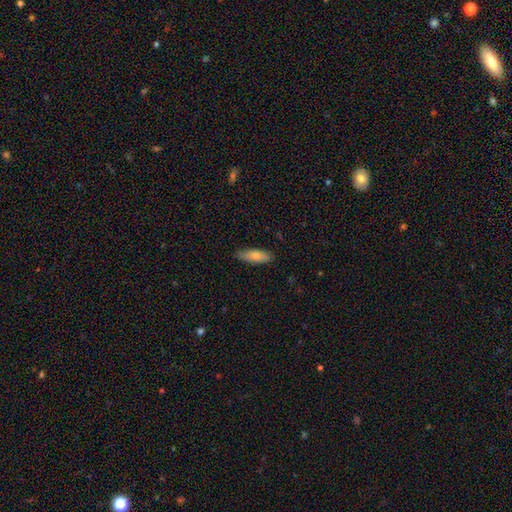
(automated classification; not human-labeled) Overall: smooth (79%). How rounded: in between (52%; cigar-shaped 46%). Merging: none (85%).